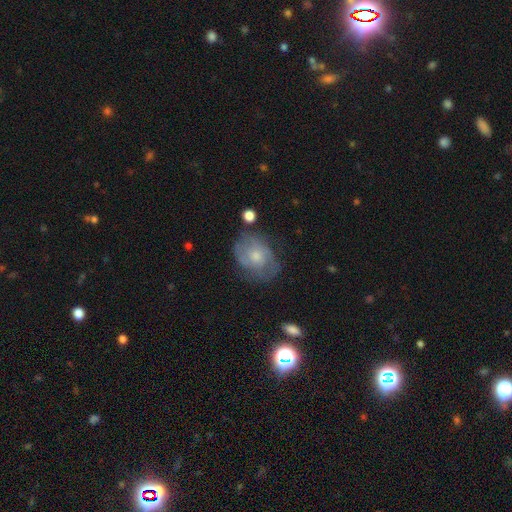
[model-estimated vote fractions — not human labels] featured or disk 48%, smooth 45%, star or artifact 8%. Down the decision tree: merging — none (57%).